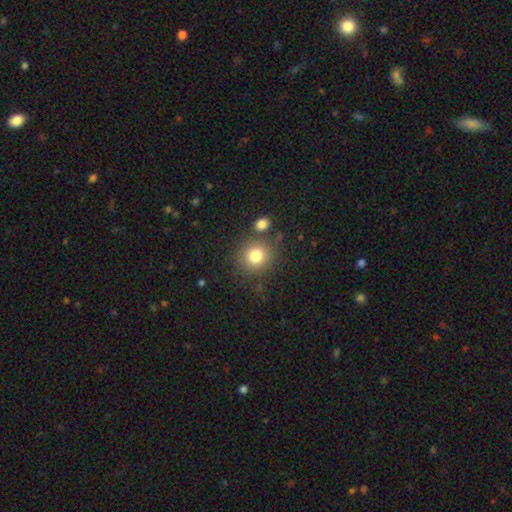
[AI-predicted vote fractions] Smooth or featured: smooth — 79% (star or artifact — 12%)
How rounded: round — 87% (in between — 12%)
Merging: none — 78% (minor disturbance — 9%)